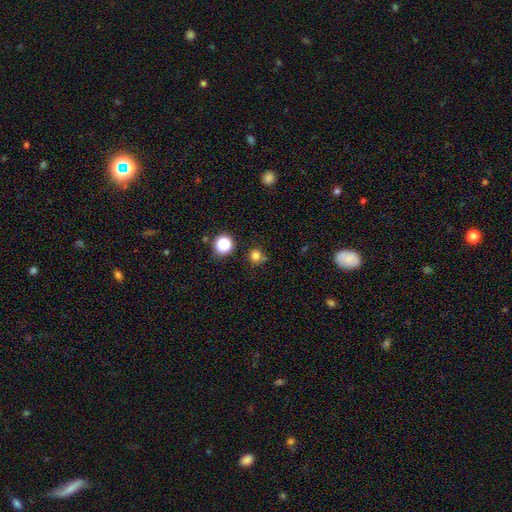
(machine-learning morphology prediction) A smooth galaxy with no disk features (77%) that is round (90%).

Vote fractions:
- Smooth or featured? smooth: 77% / star or artifact: 18% / featured or disk: 6%
- How rounded? round: 90% / in between: 9% / cigar-shaped: 1%
- Merging? none: 69% / minor disturbance: 18% / merger: 8% / major disturbance: 6%